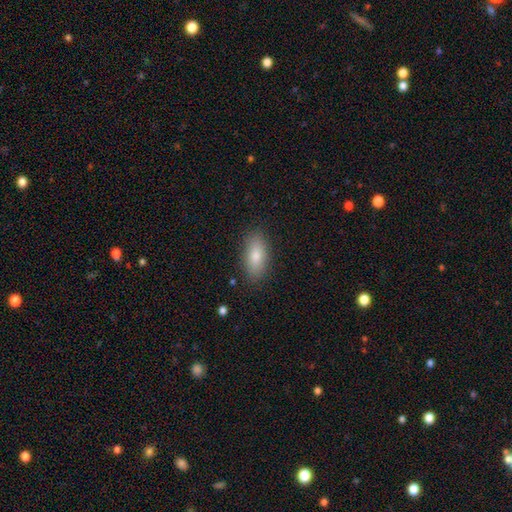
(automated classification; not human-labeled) This appears to be a smooth galaxy with no disk features (79%) that is in between round and cigar-shaped (86%). Merging: none (87%).